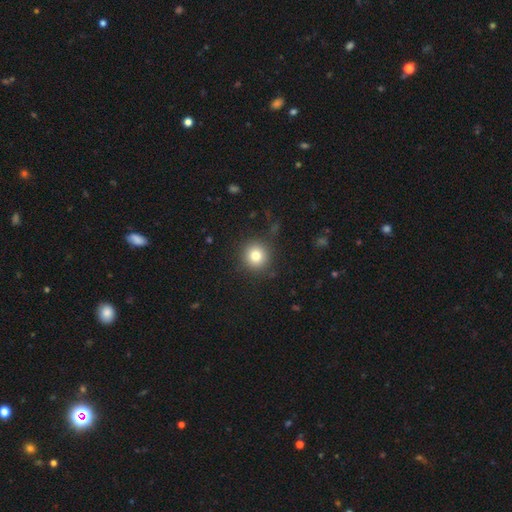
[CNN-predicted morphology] A smooth galaxy with no disk features (81%) that is round (93%). Merging: none (88%).